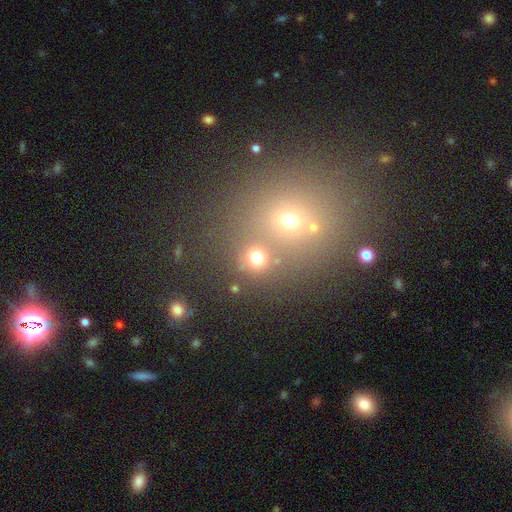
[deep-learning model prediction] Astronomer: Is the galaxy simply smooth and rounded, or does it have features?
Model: smooth — 67%.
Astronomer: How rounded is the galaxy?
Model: round — 84%.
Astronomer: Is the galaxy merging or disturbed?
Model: none — 60%.